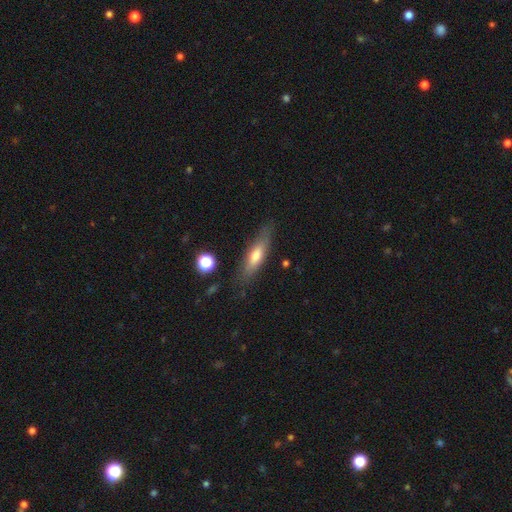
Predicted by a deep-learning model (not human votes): Smooth or featured? Predicted: smooth (p=0.57). How rounded? Predicted: cigar-shaped (p=0.67). Merging? Predicted: none (p=0.79).